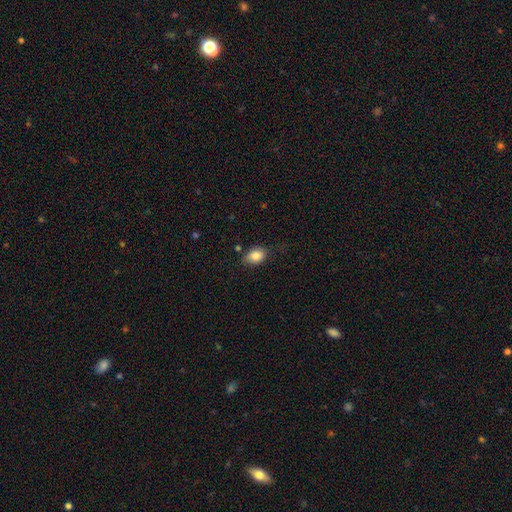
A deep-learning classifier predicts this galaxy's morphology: Q: Smooth or featured?
A: smooth (85%); runner-up: star or artifact (8%)
Q: How rounded?
A: in between (71%); runner-up: round (28%)
Q: Merging?
A: none (68%); runner-up: minor disturbance (24%)